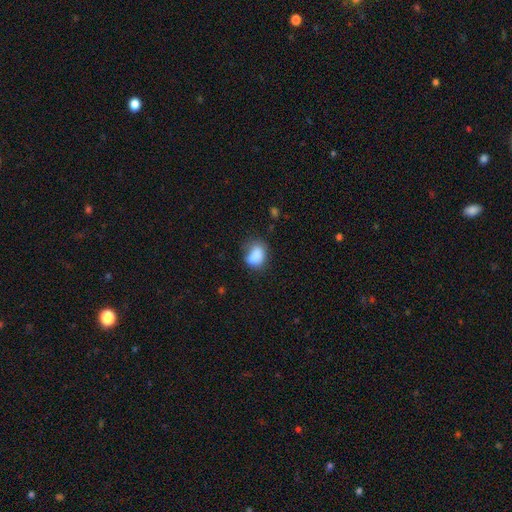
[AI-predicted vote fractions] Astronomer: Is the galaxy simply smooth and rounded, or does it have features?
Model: smooth — 82%.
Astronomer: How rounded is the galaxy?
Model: in between — 65%.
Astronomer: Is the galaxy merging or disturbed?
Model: none — 49% (runner-up: minor disturbance, 29%).